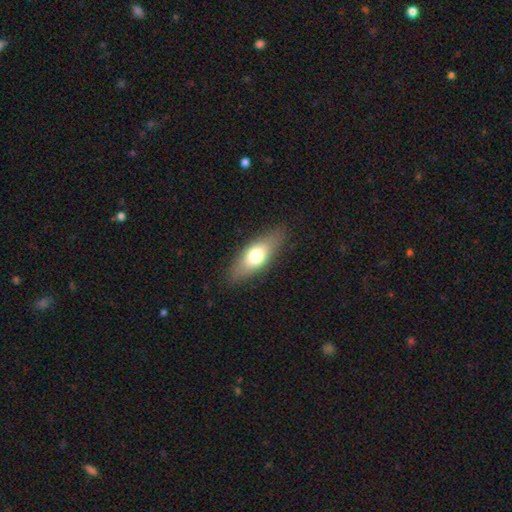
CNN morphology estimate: A smooth galaxy with no disk features (65%) that is in between round and cigar-shaped (70%). Merging: none (84%).